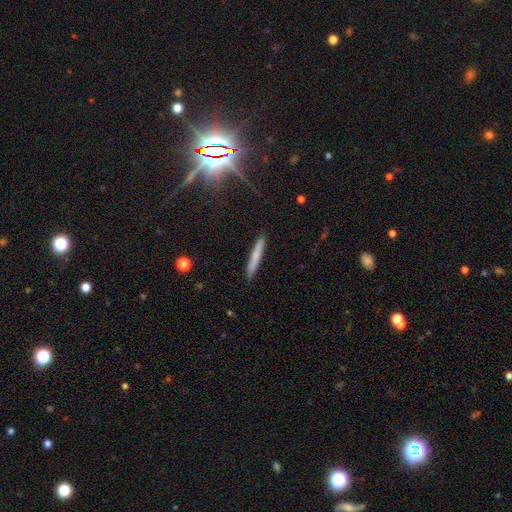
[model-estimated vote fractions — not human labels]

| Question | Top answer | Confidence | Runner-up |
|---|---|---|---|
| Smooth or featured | smooth | 69% | featured or disk (24%) |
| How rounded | cigar-shaped | 96% | in between (3%) |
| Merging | none | 90% | minor disturbance (7%) |